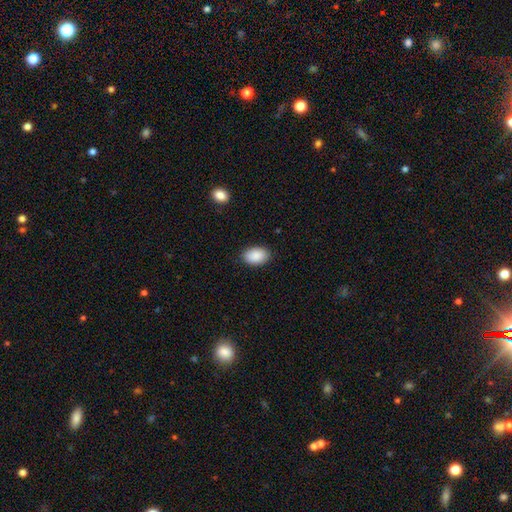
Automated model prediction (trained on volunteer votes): Smooth or featured? smooth (90%)
How rounded? in between (89%)
Merging? none (88%)